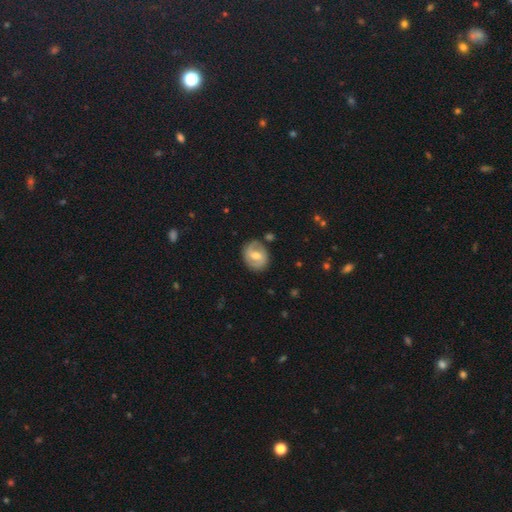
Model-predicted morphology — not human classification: This appears to be a featured or disk galaxy (59%) with a weak bar (49%), spiral arms (72%) and a moderate central bulge (71%). Merging: none (80%).